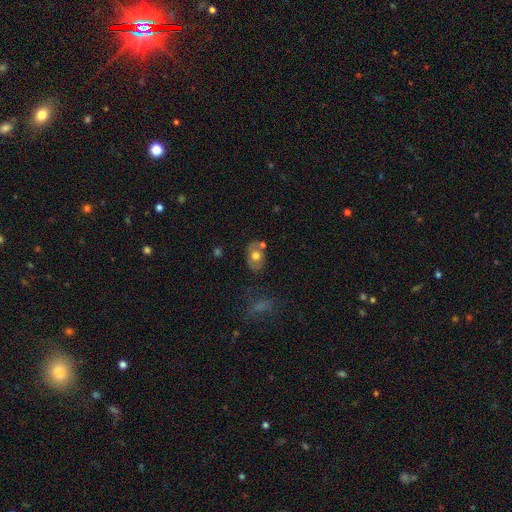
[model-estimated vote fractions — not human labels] smooth 55%, featured or disk 37%, star or artifact 8%. Down the decision tree: how rounded — in between (70%); merging — none (64%).